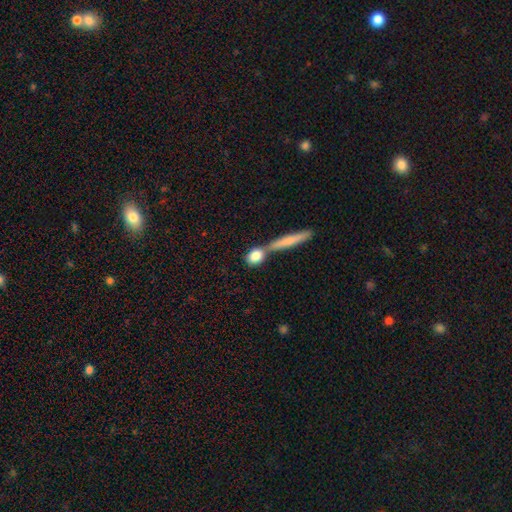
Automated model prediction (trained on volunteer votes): A smooth galaxy with no disk features (80%) that is round (51%). Merging: none (48%).